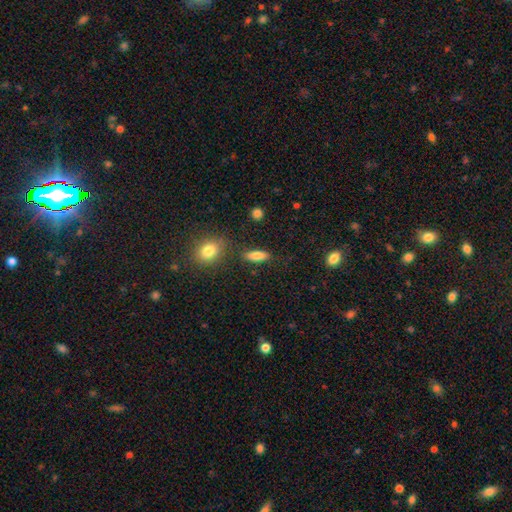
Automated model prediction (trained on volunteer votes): The model was most divided on "how rounded": in between: 65%, cigar-shaped: 31%, round: 4%. More confident: merging — none (82%); smooth or featured — smooth (81%).